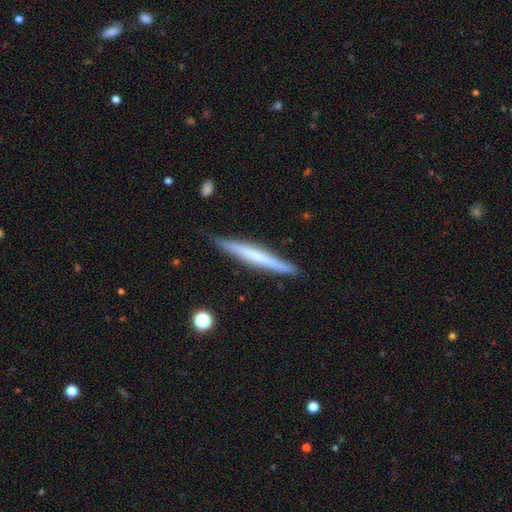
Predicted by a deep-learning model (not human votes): Smooth or featured? smooth (49%)
Merging? none (85%)